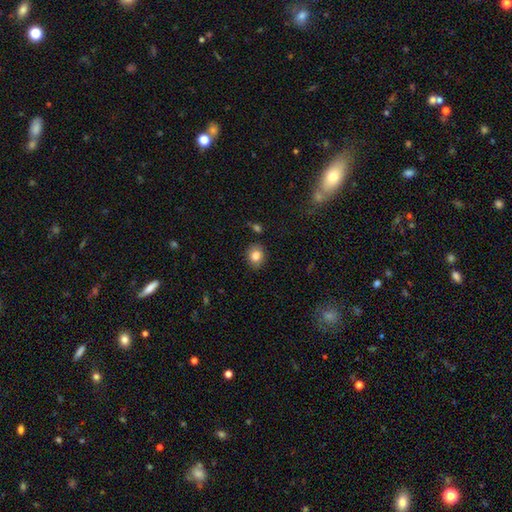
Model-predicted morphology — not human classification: A smooth galaxy with no disk features (82%) that is round (63%).

Vote fractions:
- Smooth or featured? smooth: 82% / star or artifact: 9% / featured or disk: 8%
- How rounded? round: 63% / in between: 36% / cigar-shaped: 1%
- Merging? none: 86% / minor disturbance: 10% / major disturbance: 2% / merger: 2%